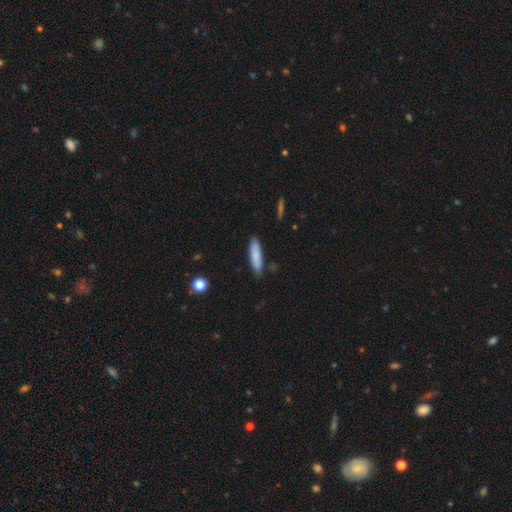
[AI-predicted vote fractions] A smooth galaxy with no disk features (82%) that is cigar-shaped (75%). Merging: none (84%).